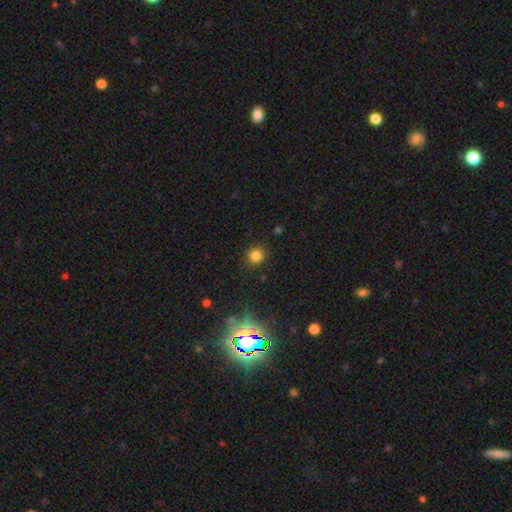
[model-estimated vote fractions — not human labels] Smooth or featured? smooth (80%)
How rounded? round (91%)
Merging? none (87%)